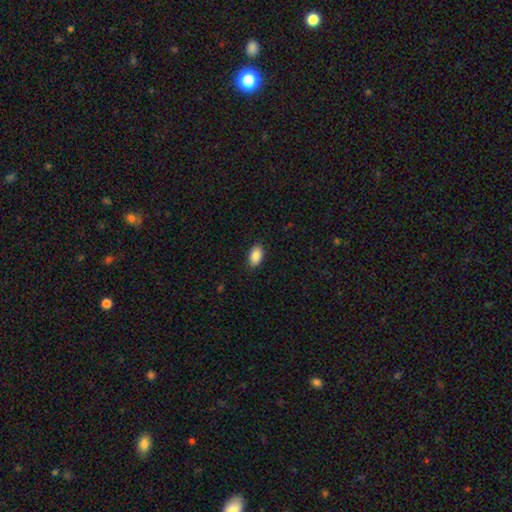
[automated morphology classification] This appears to be a smooth galaxy with no disk features (88%) that is in between round and cigar-shaped (93%). Merging: none (89%).